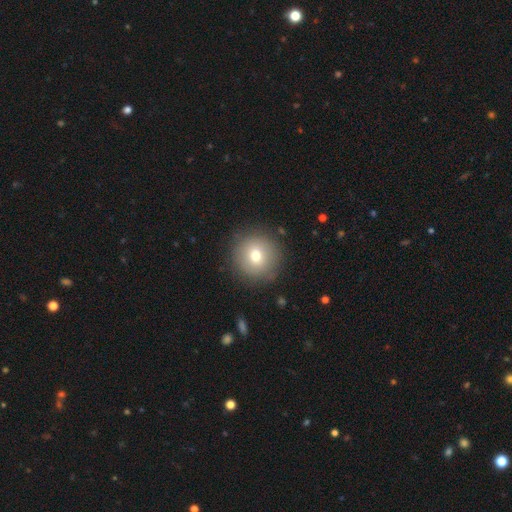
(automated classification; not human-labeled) This appears to be a smooth galaxy with no disk features (74%) that is round (95%). Merging: none (88%).